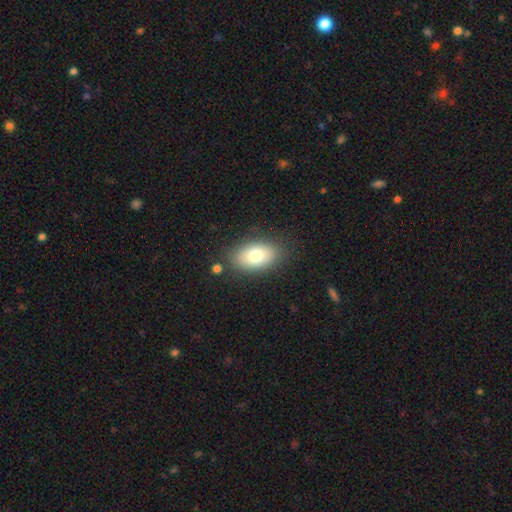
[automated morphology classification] Overall: smooth (76%). How rounded: in between (89%). Merging: none (83%).